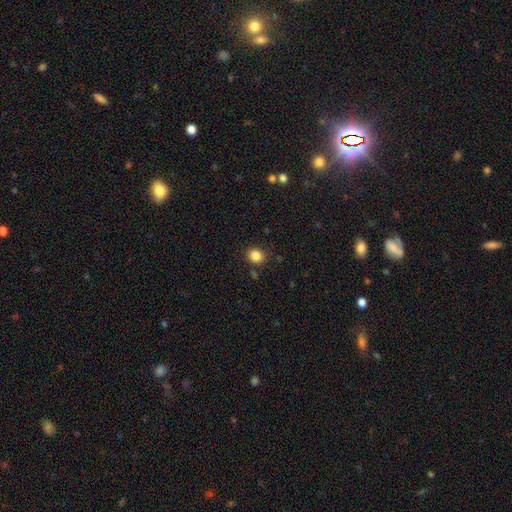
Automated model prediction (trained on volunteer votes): smooth 85%, star or artifact 11%, featured or disk 4%. Down the decision tree: how rounded — round (78%); merging — none (86%).